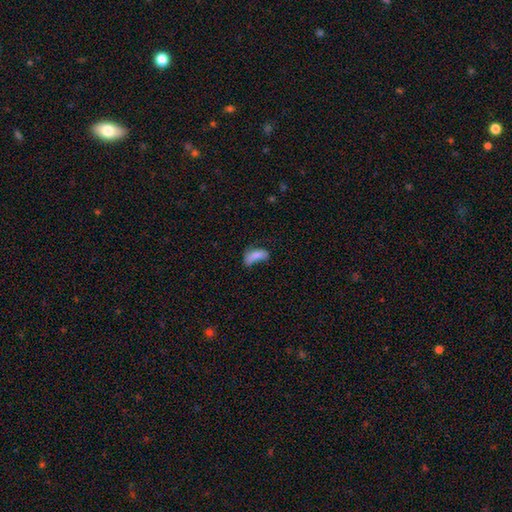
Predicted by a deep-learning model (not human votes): Overall: smooth (74%). How rounded: in between (76%). Merging: none (29%; major disturbance 28%).